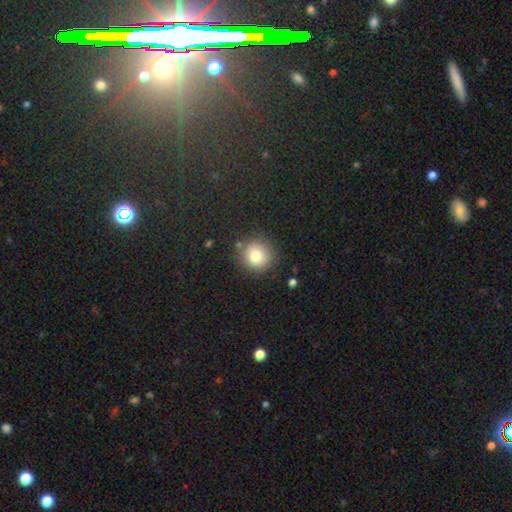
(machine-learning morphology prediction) This appears to be a smooth galaxy with no disk features (82%) that is round (88%). Merging: none (83%).